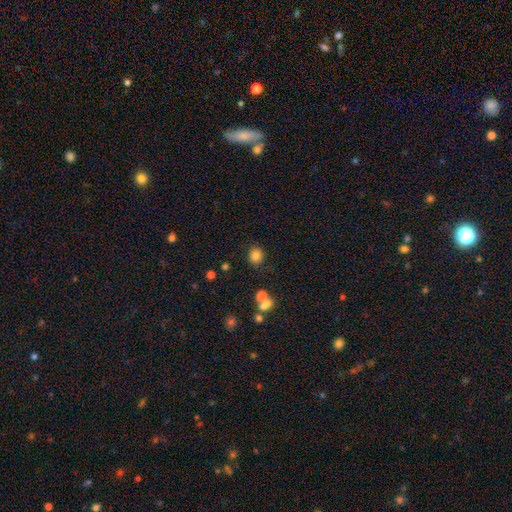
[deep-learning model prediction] A smooth galaxy with no disk features (81%) that is round (77%). Merging: none (82%).